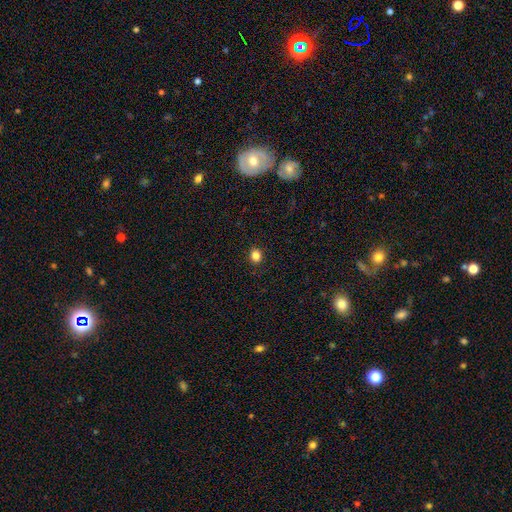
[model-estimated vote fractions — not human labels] Q: Smooth or featured?
A: smooth (84%); runner-up: star or artifact (12%)
Q: How rounded?
A: round (74%); runner-up: in between (25%)
Q: Merging?
A: none (91%); runner-up: minor disturbance (6%)